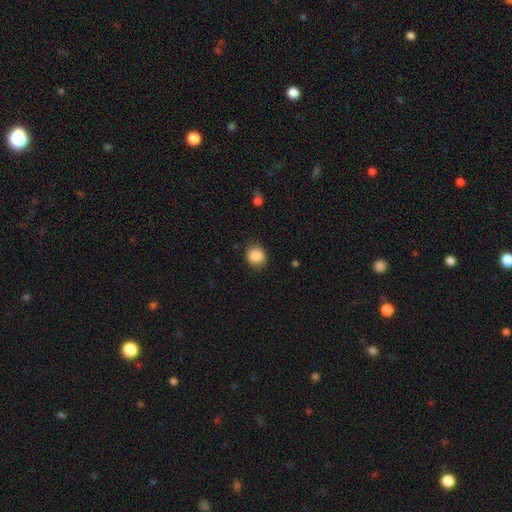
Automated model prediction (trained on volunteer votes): Morphology: type=smooth (87%); roundness=round (78%); merging=none (83%).